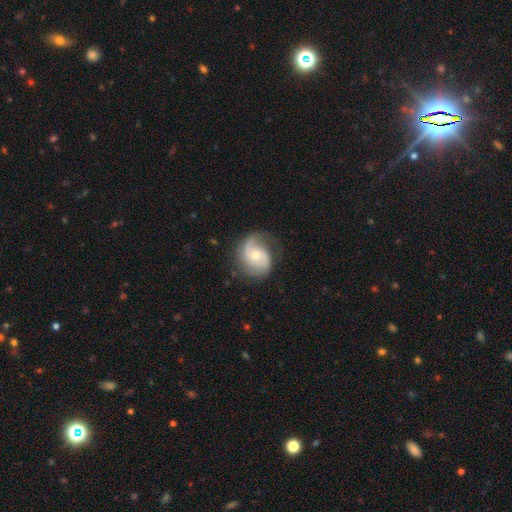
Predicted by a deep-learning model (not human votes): Q: Smooth or featured?
A: featured or disk (80%); runner-up: smooth (15%)
Q: Edge-on disk?
A: no (98%); runner-up: yes (2%)
Q: Bar?
A: no (62%); runner-up: weak (33%)
Q: Spiral arms?
A: yes (96%); runner-up: no (4%)
Q: Spiral winding?
A: medium (48%); runner-up: loose (26%)
Q: Spiral arm count?
A: 2 (77%); runner-up: 1 (9%)
Q: Bulge size?
A: moderate (54%); runner-up: small (39%)
Q: Merging?
A: none (67%); runner-up: minor disturbance (21%)